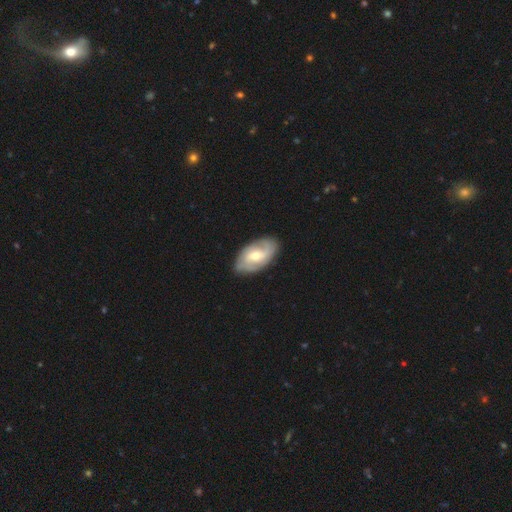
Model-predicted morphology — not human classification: A featured or disk galaxy (68%) with a weak bar (48%), 2 (58%) medium (41%) spiral arms (86%) and a moderate central bulge (59%).

Vote fractions:
- Smooth or featured? featured or disk: 68% / smooth: 27% / star or artifact: 5%
- Edge-on disk? no: 95% / yes: 5%
- Bar? weak: 48% / no: 40% / strong: 12%
- Spiral arms? yes: 86% / no: 14%
- Spiral winding? medium: 41% / tight: 38% / loose: 21%
- Spiral arm count? 2: 58% / can't tell: 23% / 3: 11% / 1: 3% / 4: 3% / more than 4: 2%
- Bulge size? moderate: 59% / small: 36% / large: 3% / none: 1% / dominant: 1%
- Merging? none: 81% / minor disturbance: 14% / major disturbance: 3% / merger: 1%